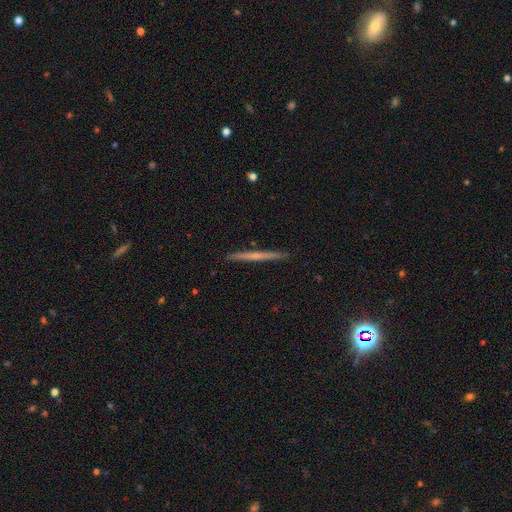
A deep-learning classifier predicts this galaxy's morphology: The model was most divided on "smooth or featured": featured or disk: 55%, smooth: 39%, star or artifact: 6%. More confident: edge-on disk — yes (98%); merging — none (92%); edge-on bulge — none (72%).